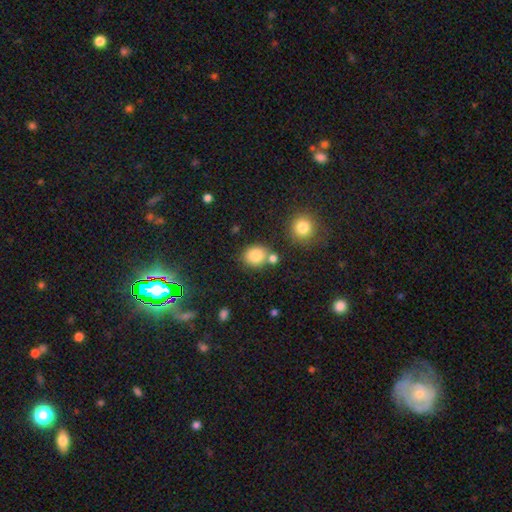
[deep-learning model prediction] Smooth or featured: smooth — 83% (star or artifact — 11%)
How rounded: round — 70% (in between — 29%)
Merging: none — 65% (merger — 19%)